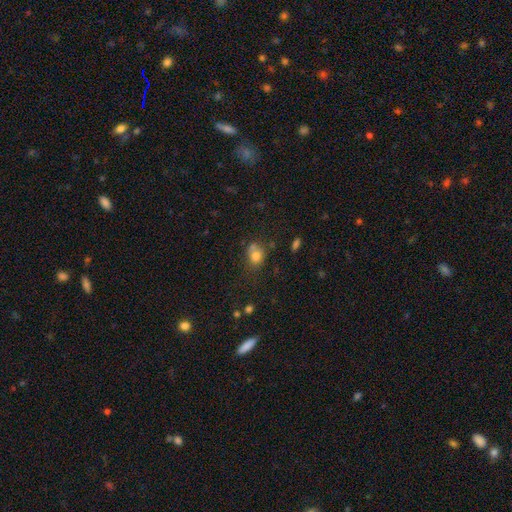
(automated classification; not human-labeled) This appears to be a smooth galaxy with no disk features (77%) that is round (60%). Merging: none (50%).